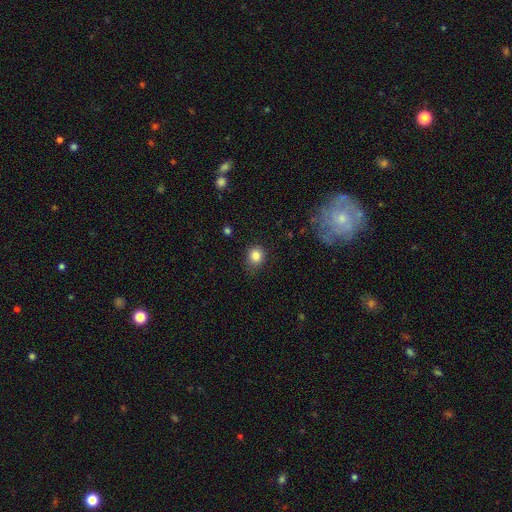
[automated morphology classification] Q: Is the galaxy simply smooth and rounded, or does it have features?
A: smooth — 84%.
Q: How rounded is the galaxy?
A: round — 80%.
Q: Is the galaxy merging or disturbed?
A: none — 79%.